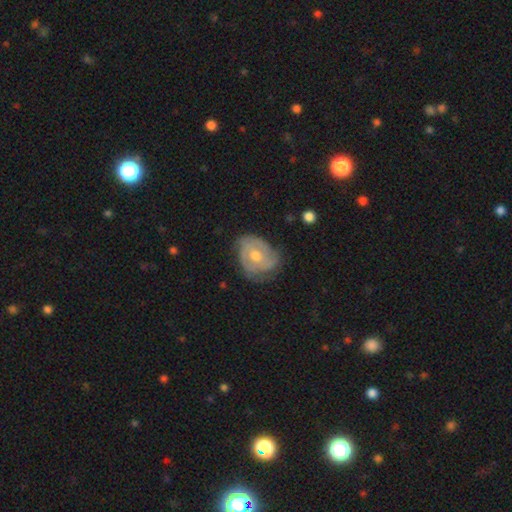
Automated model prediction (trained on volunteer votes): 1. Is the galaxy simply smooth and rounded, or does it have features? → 66% featured or disk, 27% smooth, 6% star or artifact.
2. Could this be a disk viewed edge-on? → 96% no, 4% yes.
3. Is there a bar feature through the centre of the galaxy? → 77% no, 19% weak, 4% strong.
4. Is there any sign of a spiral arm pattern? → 76% yes, 24% no.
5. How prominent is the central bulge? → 72% moderate, 23% small, 3% large, 1% none, 1% dominant.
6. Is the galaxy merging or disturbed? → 58% none, 29% minor disturbance, 11% major disturbance, 1% merger.